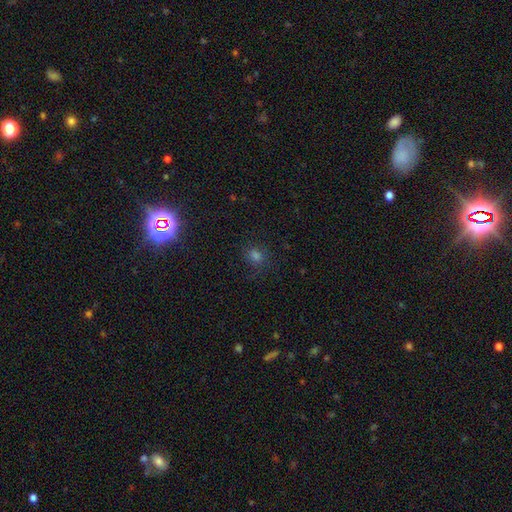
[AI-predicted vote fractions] Smooth or featured: smooth — 57% (star or artifact — 36%)
How rounded: round — 78% (in between — 20%)
Merging: none — 81% (minor disturbance — 12%)